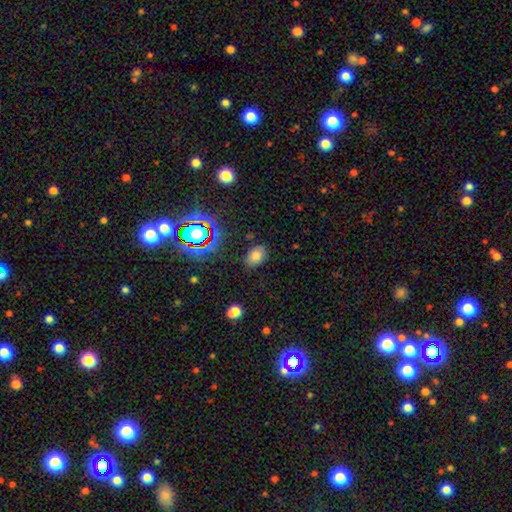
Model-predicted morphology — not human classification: The model was most divided on "smooth or featured": smooth: 75%, star or artifact: 16%, featured or disk: 9%. More confident: how rounded — in between (83%); merging — none (81%).